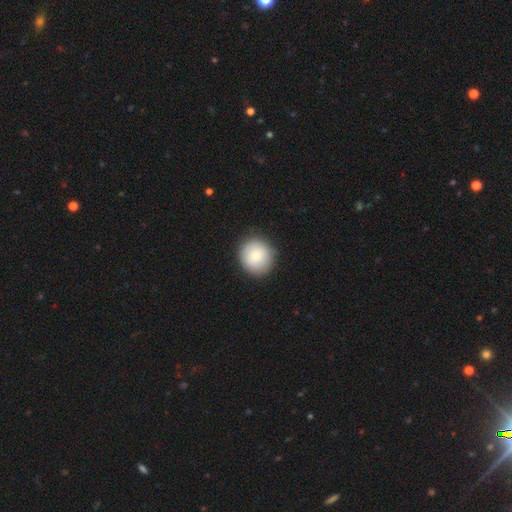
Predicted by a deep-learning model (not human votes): A smooth galaxy with no disk features (86%) that is round (90%).

Vote fractions:
- Smooth or featured? smooth: 86% / star or artifact: 7% / featured or disk: 7%
- How rounded? round: 90% / in between: 9% / cigar-shaped: 1%
- Merging? none: 89% / minor disturbance: 8% / major disturbance: 2% / merger: 1%